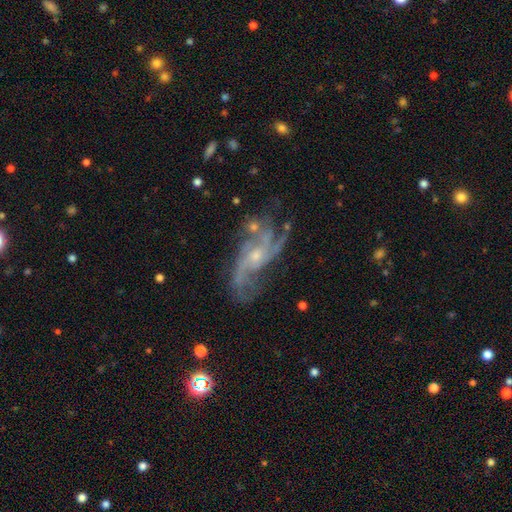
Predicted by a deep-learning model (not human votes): Overall: featured or disk (86%). Edge-on disk: no (95%). Bar: no (65%; weak 28%). Spiral arms: yes (95%). Spiral arm count: 3 (28%; 2 27%). Spiral winding: loose (44%; medium 40%). Bulge size: small (65%; moderate 29%). Merging: none (58%; minor disturbance 20%).